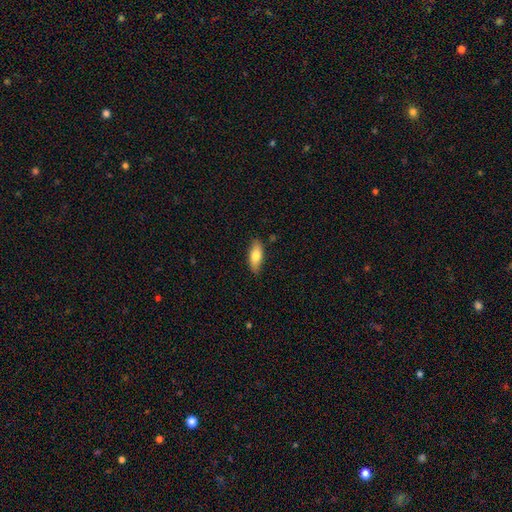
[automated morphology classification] smooth-or-featured: smooth: 76% | featured or disk: 18% | star or artifact: 6%
  how-rounded: in between: 76% | cigar-shaped: 21% | round: 3%
  merging: none: 83% | minor disturbance: 14% | major disturbance: 2% | merger: 1%